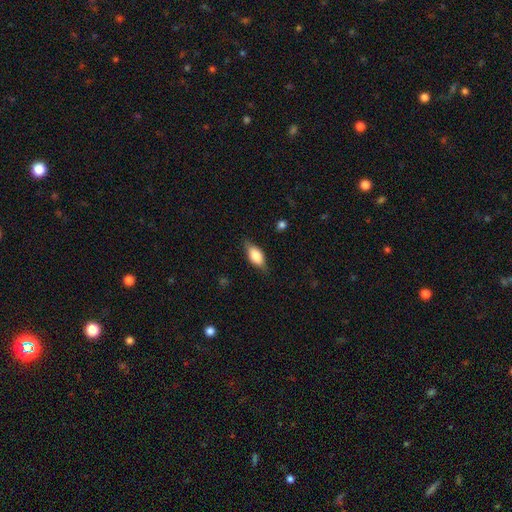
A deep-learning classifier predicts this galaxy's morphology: smooth 74%, featured or disk 19%, star or artifact 7%. Down the decision tree: how rounded — in between (84%); merging — none (76%).